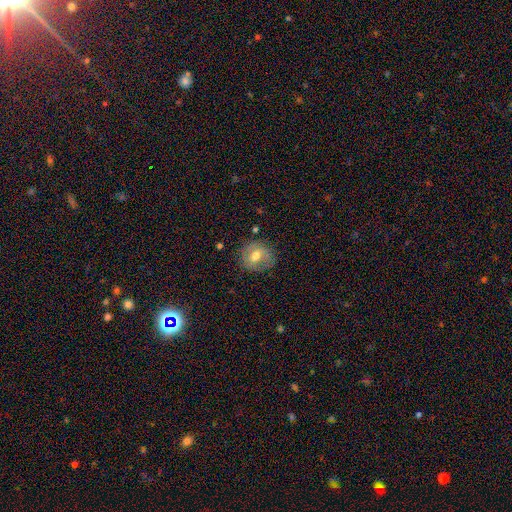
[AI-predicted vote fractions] A smooth galaxy with no disk features (56%) that is round (76%). Merging: none (78%).